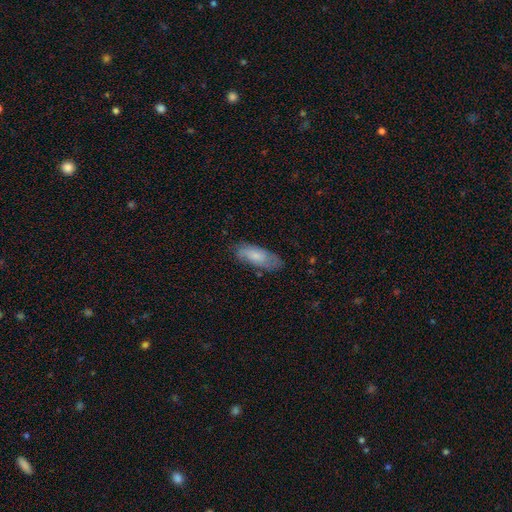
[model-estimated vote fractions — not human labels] A smooth galaxy with no disk features (64%) that is in between round and cigar-shaped (74%). Merging: none (70%).